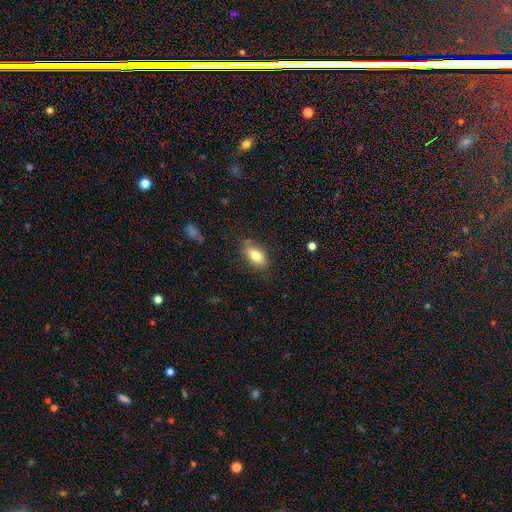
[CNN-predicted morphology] This is likely a smooth galaxy (79%). How rounded: clearly in between (88%). Merging: likely none (78%).